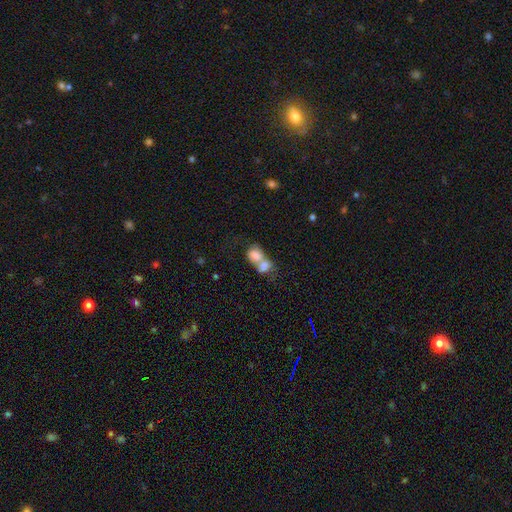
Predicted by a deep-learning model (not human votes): A smooth galaxy with no disk features (78%) that is in between round and cigar-shaped (54%).

Vote fractions:
- Smooth or featured? smooth: 78% / featured or disk: 14% / star or artifact: 8%
- How rounded? in between: 54% / round: 45% / cigar-shaped: 1%
- Merging? merger: 77% / none: 14% / minor disturbance: 5% / major disturbance: 4%